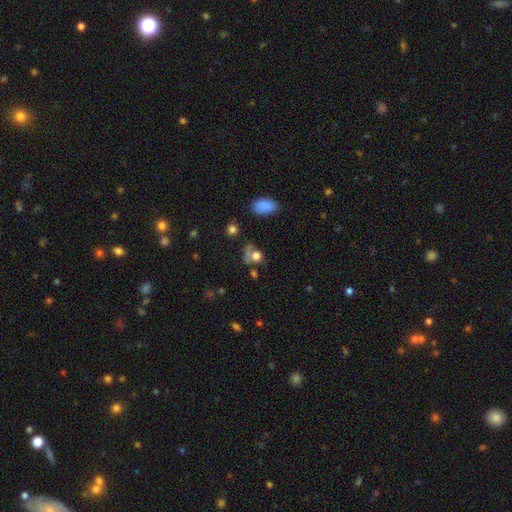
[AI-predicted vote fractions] This is likely a smooth galaxy (69%). How rounded: possibly round (54%). Merging: marginally none (37%).